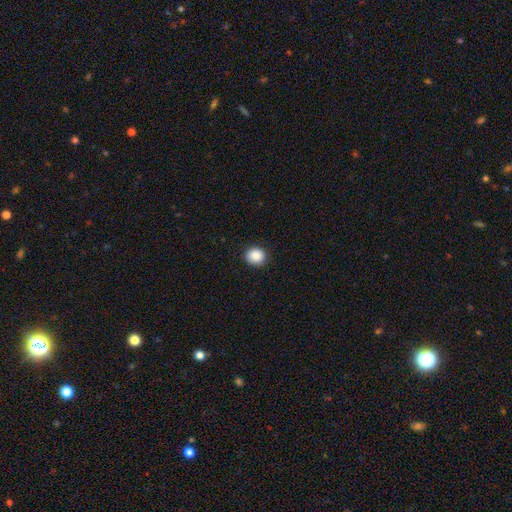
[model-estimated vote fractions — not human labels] Morphology: type=smooth (89%); roundness=round (82%); merging=none (89%).